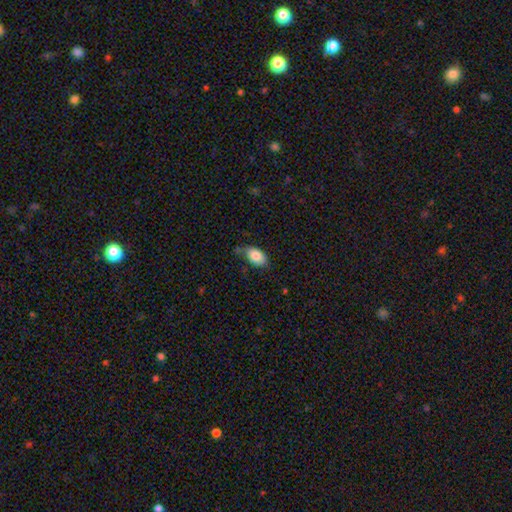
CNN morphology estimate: The model was most divided on "merging": none: 60%, minor disturbance: 29%, major disturbance: 7%, merger: 5%. More confident: how rounded — in between (92%); smooth or featured — smooth (84%).